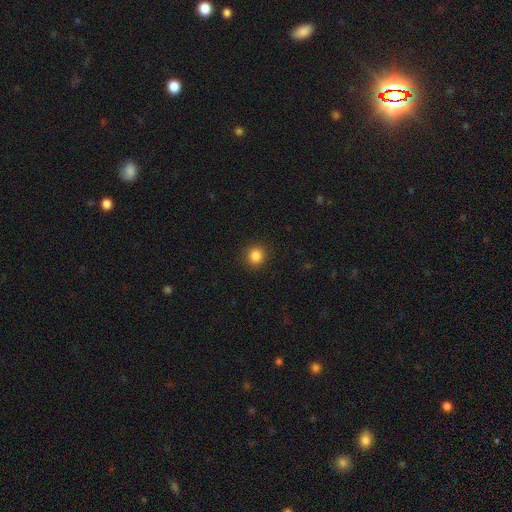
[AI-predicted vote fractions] Morphology: type=smooth (86%); roundness=round (88%); merging=none (91%).